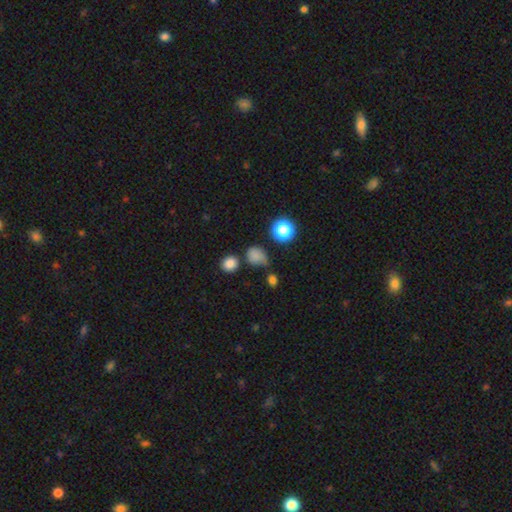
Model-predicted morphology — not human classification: Smooth or featured: smooth — 73% (star or artifact — 19%)
How rounded: round — 63% (in between — 35%)
Merging: none — 51% (minor disturbance — 28%)